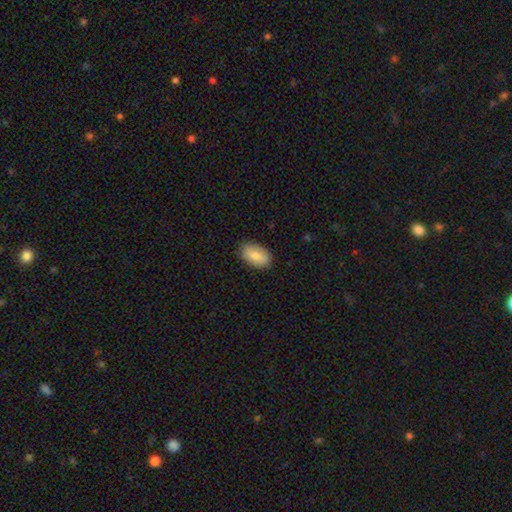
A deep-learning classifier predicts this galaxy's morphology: Smooth or featured: smooth — 86% (featured or disk — 8%)
How rounded: in between — 94% (round — 4%)
Merging: none — 87% (minor disturbance — 10%)